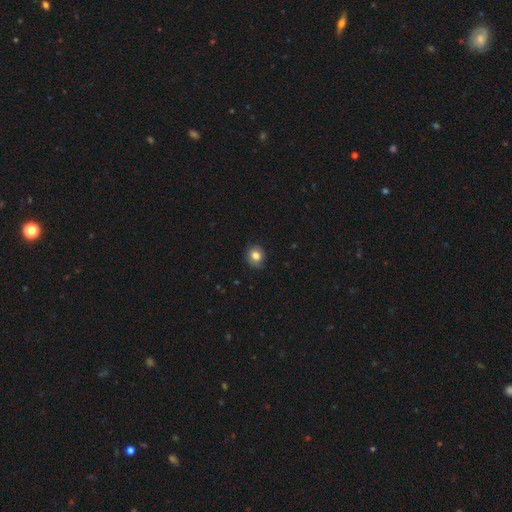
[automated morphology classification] This is likely a smooth galaxy (80%). How rounded: likely round (77%). Merging: likely none (79%).